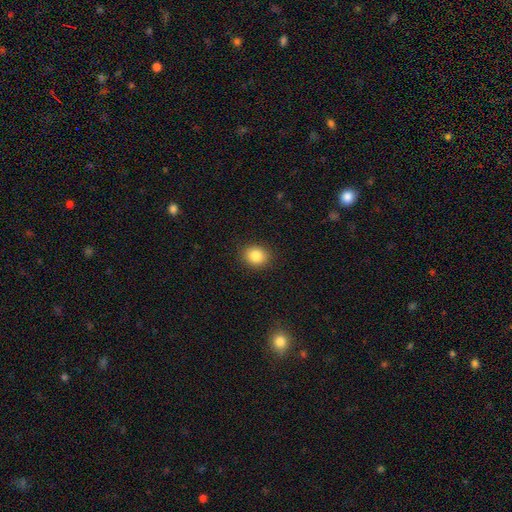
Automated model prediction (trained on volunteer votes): Smooth or featured? smooth (85%)
How rounded? round (66%)
Merging? none (89%)